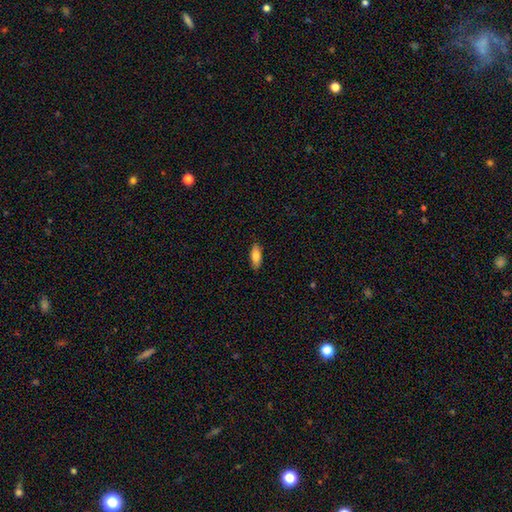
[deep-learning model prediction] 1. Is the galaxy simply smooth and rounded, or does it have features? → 81% smooth, 13% featured or disk, 7% star or artifact.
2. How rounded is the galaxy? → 74% in between, 23% cigar-shaped, 2% round.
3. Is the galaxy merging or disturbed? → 87% none, 10% minor disturbance, 2% major disturbance, 1% merger.